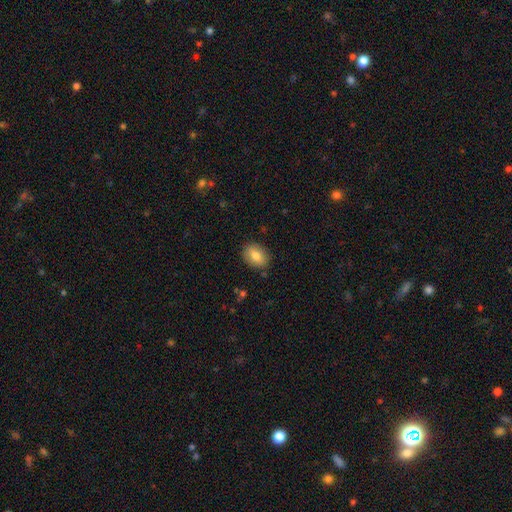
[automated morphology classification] smooth_or_featured: smooth (p=0.79) [alt: featured or disk p=0.14]
how_rounded: in between (p=0.72) [alt: round p=0.26]
merging: none (p=0.86) [alt: minor disturbance p=0.10]